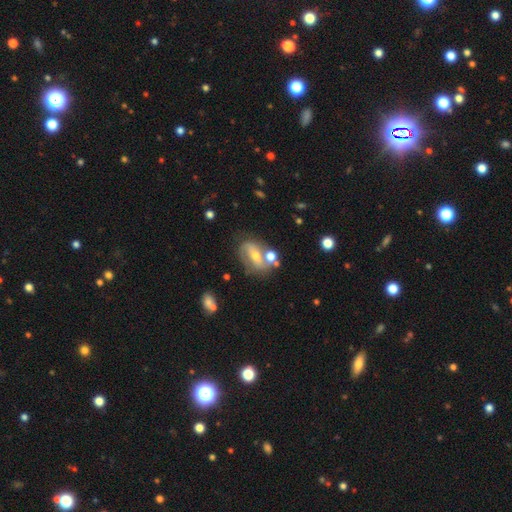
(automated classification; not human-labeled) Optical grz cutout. It shows a featured or disk galaxy (63%) with a strong bar (37%), spiral arms (66%) and a moderate central bulge (56%). Merging: none (60%).